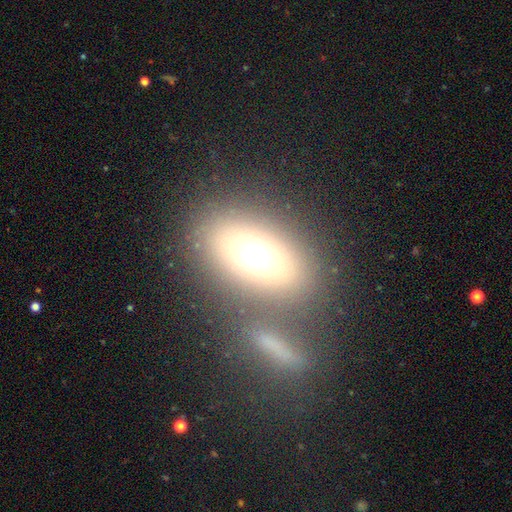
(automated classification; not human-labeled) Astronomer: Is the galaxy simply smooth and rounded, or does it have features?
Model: smooth — 64%.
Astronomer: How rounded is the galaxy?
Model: in between — 76%.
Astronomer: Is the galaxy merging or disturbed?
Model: none — 64%.